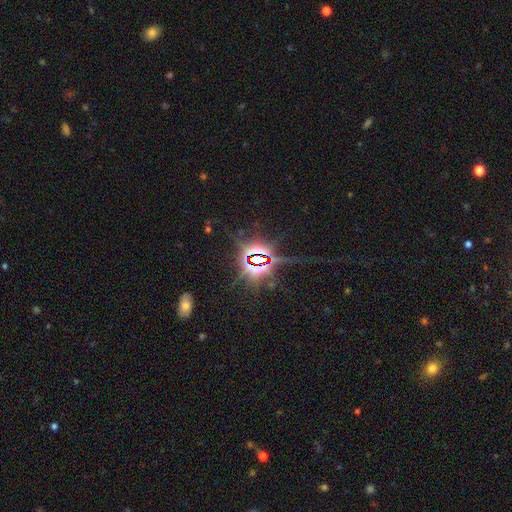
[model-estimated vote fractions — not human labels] Q: Smooth or featured?
A: star or artifact (84%); runner-up: featured or disk (8%)